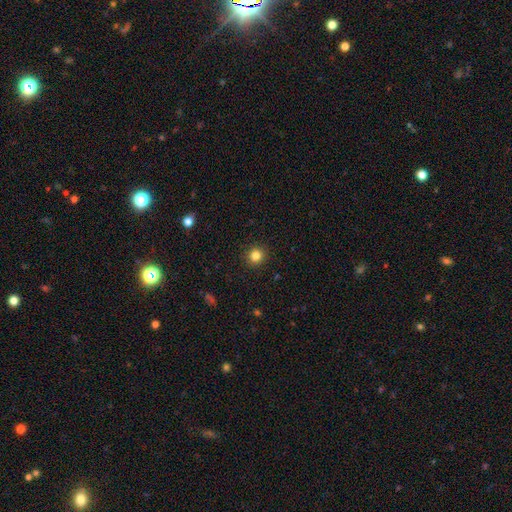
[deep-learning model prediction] Smooth or featured?
  - smooth: 83% *
  - star or artifact: 12%
  - featured or disk: 5%
How rounded?
  - round: 91% *
  - in between: 8%
  - cigar-shaped: 1%
Merging?
  - none: 92% *
  - minor disturbance: 5%
  - major disturbance: 2%
  - merger: 1%